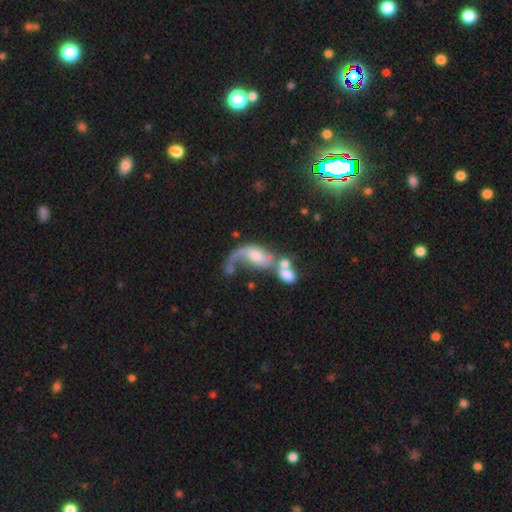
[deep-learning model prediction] featured or disk 65%, smooth 26%, star or artifact 9%. Down the decision tree: edge-on disk — no (94%); bar — no (58%); spiral arms — yes (80%); bulge size — moderate (43%); merging — merger (49%).